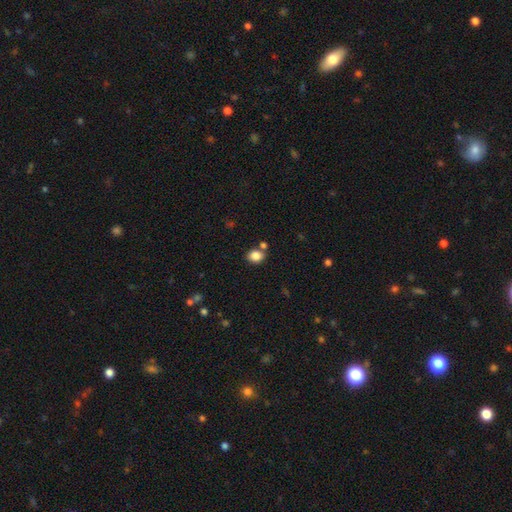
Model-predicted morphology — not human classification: Smooth or featured?
  - smooth: 85% *
  - star or artifact: 10%
  - featured or disk: 5%
How rounded?
  - in between: 50% *
  - round: 49%
  - cigar-shaped: 1%
Merging?
  - none: 69% *
  - merger: 16%
  - minor disturbance: 12%
  - major disturbance: 3%